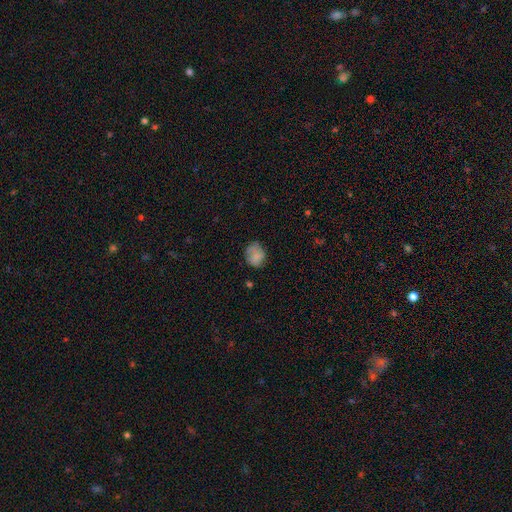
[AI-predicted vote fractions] Smooth or featured? smooth (76%)
How rounded? round (54%)
Merging? none (62%)